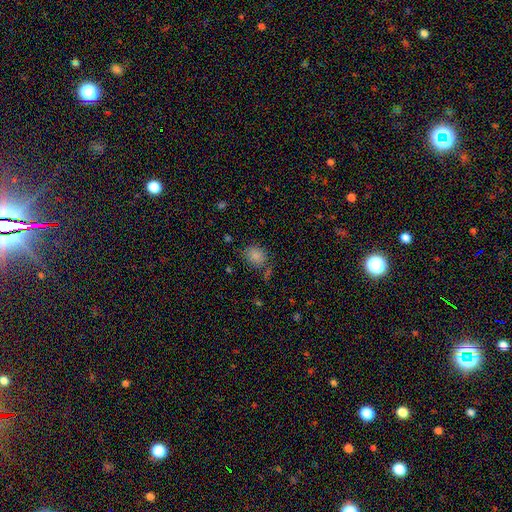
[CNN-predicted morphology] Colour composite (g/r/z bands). It shows a smooth galaxy with no disk features (83%) that is round (56%). Merging: none (68%).